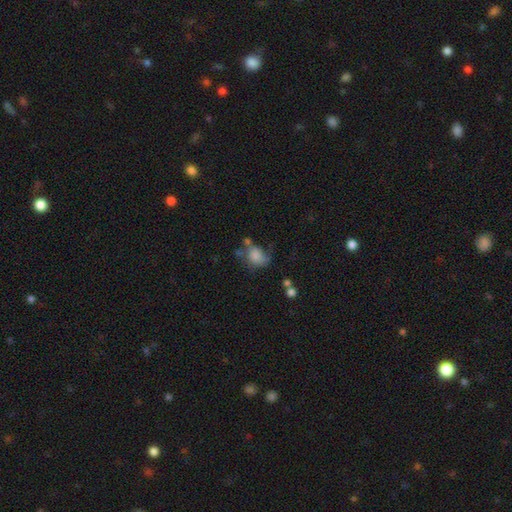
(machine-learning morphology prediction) smooth-or-featured: smooth: 77% | featured or disk: 13% | star or artifact: 10%
  how-rounded: in between: 53% | round: 46% | cigar-shaped: 1%
  merging: none: 41% | minor disturbance: 27% | major disturbance: 18% | merger: 13%